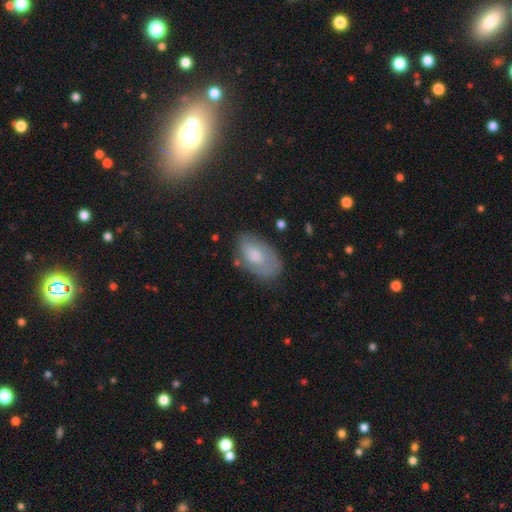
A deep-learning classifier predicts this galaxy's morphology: The model was most divided on "smooth or featured": smooth: 63%, featured or disk: 29%, star or artifact: 8%. More confident: how rounded — in between (93%); merging — none (64%).